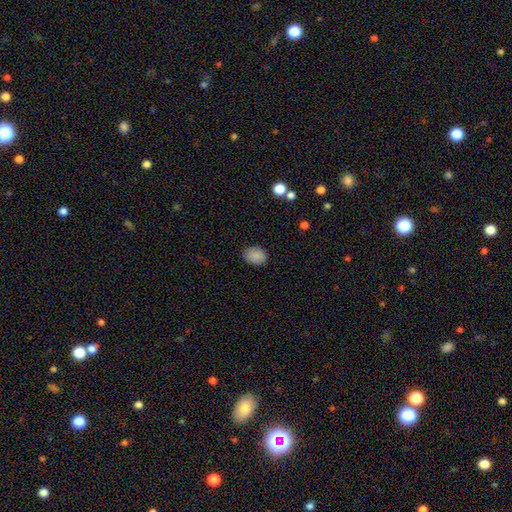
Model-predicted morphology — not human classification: A smooth galaxy with no disk features (87%) that is in between round and cigar-shaped (72%).

Vote fractions:
- Smooth or featured? smooth: 87% / star or artifact: 9% / featured or disk: 4%
- How rounded? in between: 72% / round: 27% / cigar-shaped: 1%
- Merging? none: 85% / minor disturbance: 11% / major disturbance: 3% / merger: 1%